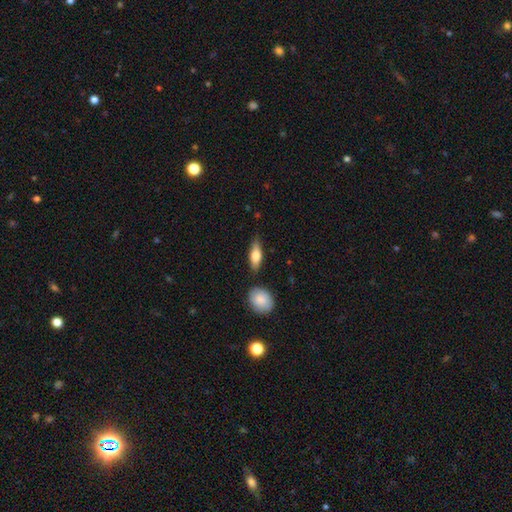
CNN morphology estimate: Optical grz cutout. It shows a smooth galaxy with no disk features (69%) that is in between round and cigar-shaped (66%). Merging: none (73%).